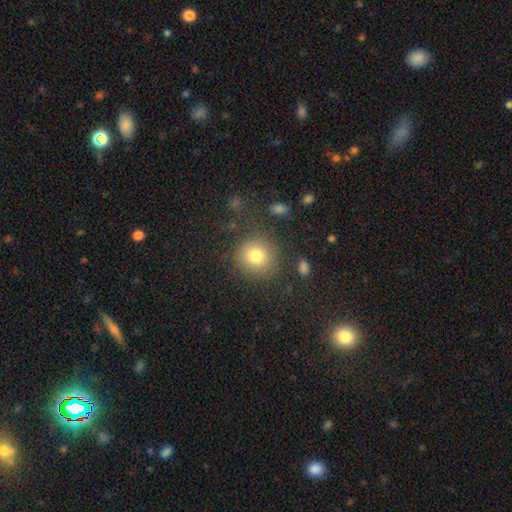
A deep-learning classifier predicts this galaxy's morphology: Smooth or featured? smooth (78%)
How rounded? round (88%)
Merging? none (80%)